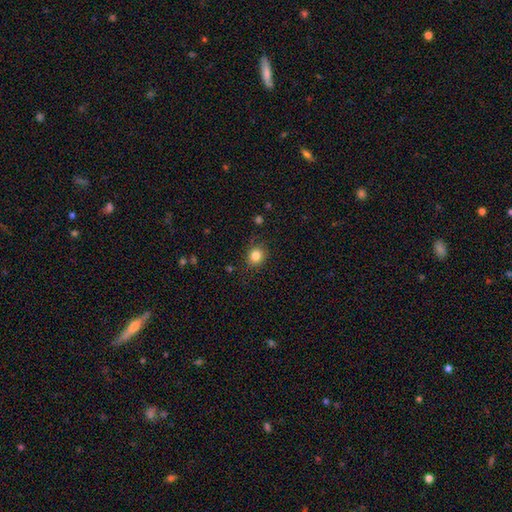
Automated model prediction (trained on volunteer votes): smooth-or-featured: smooth: 83% | star or artifact: 11% | featured or disk: 6%
  how-rounded: round: 81% | in between: 19% | cigar-shaped: 1%
  merging: none: 82% | minor disturbance: 13% | major disturbance: 3% | merger: 1%